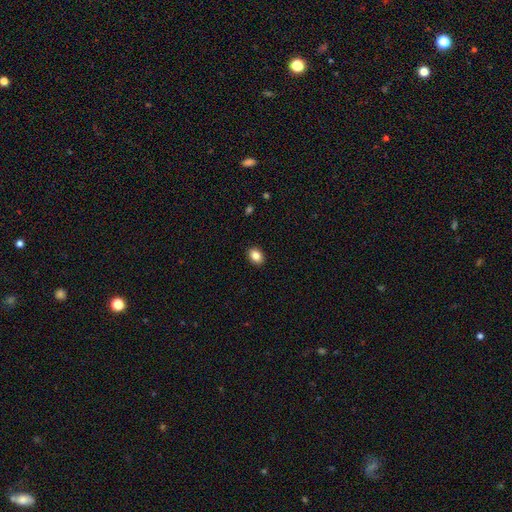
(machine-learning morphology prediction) This is clearly a smooth galaxy (86%). How rounded: likely in between (69%). Merging: clearly none (90%).